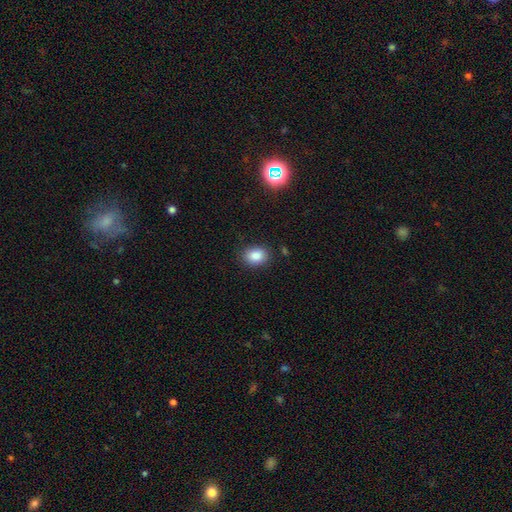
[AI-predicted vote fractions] Q: Smooth or featured?
A: smooth (85%); runner-up: star or artifact (9%)
Q: How rounded?
A: in between (59%); runner-up: round (40%)
Q: Merging?
A: none (85%); runner-up: minor disturbance (10%)